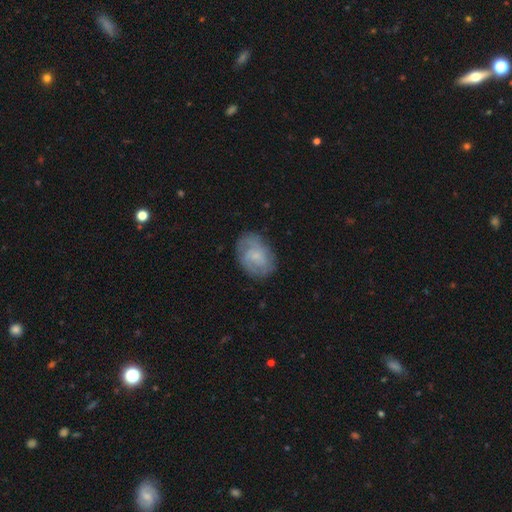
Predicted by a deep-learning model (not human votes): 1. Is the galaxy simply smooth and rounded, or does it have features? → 59% featured or disk, 34% smooth, 7% star or artifact.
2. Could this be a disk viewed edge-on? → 97% no, 3% yes.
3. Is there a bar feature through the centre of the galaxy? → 65% no, 31% weak, 4% strong.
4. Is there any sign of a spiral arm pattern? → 87% yes, 13% no.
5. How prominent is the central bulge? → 66% small, 18% moderate, 14% none, 1% large, 1% dominant.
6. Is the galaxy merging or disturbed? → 73% none, 19% minor disturbance, 7% major disturbance, 1% merger.